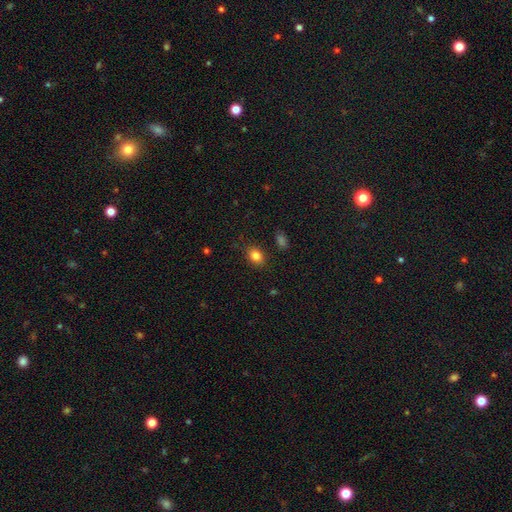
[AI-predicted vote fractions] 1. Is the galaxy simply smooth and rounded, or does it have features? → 84% smooth, 11% star or artifact, 6% featured or disk.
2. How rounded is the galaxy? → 65% in between, 34% round, 1% cigar-shaped.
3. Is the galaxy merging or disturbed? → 84% none, 11% minor disturbance, 3% major disturbance, 2% merger.